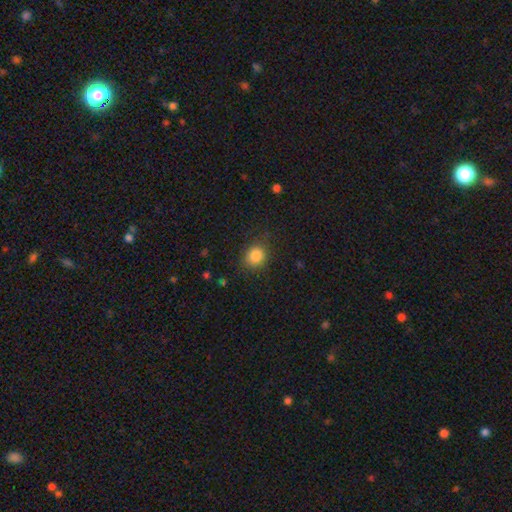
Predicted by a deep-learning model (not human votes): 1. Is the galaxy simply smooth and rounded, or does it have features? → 85% smooth, 10% star or artifact, 5% featured or disk.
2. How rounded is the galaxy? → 66% round, 33% in between, 1% cigar-shaped.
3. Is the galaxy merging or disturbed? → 80% none, 14% minor disturbance, 4% major disturbance, 1% merger.